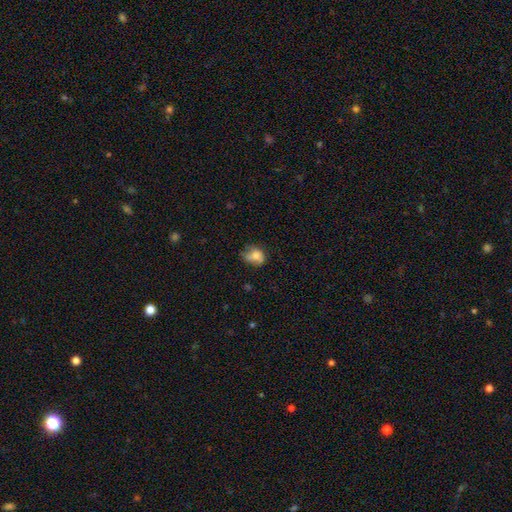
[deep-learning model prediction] smooth_or_featured: smooth (p=0.72) [alt: featured or disk p=0.18]
how_rounded: in between (p=0.50) [alt: round p=0.48]
merging: none (p=0.47) [alt: minor disturbance p=0.35]